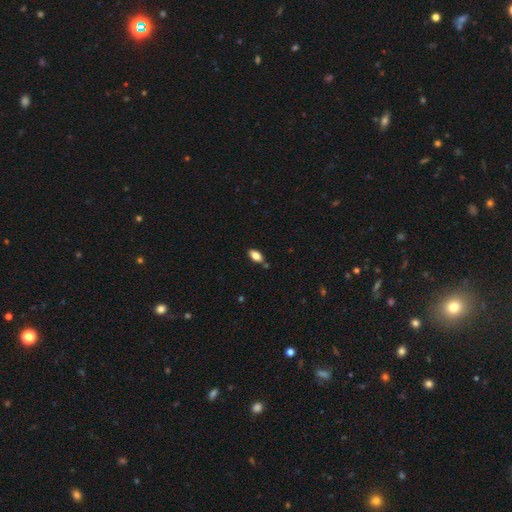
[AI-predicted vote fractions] This appears to be a smooth galaxy with no disk features (79%) that is in between round and cigar-shaped (91%). Merging: none (79%).